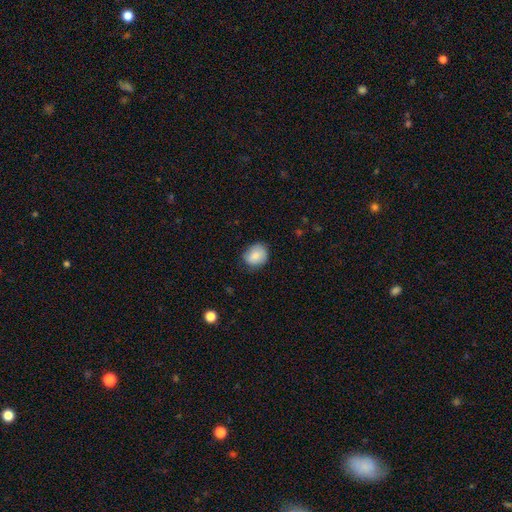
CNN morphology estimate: Overall: smooth (82%). How rounded: round (62%; in between 37%). Merging: none (74%).